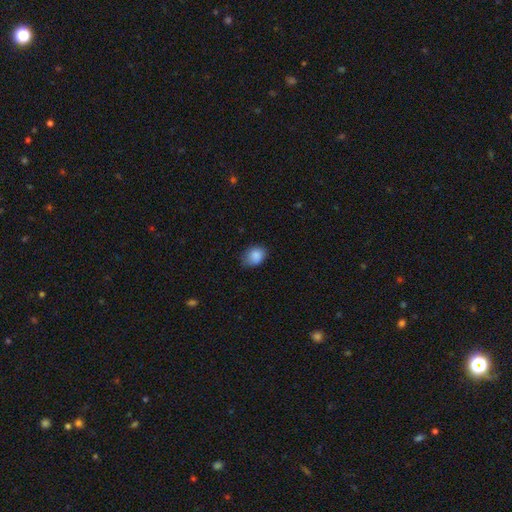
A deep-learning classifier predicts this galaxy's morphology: A smooth galaxy with no disk features (87%) that is in between round and cigar-shaped (61%).

Vote fractions:
- Smooth or featured? smooth: 87% / star or artifact: 8% / featured or disk: 5%
- How rounded? in between: 61% / round: 38% / cigar-shaped: 1%
- Merging? none: 65% / minor disturbance: 29% / major disturbance: 5% / merger: 1%